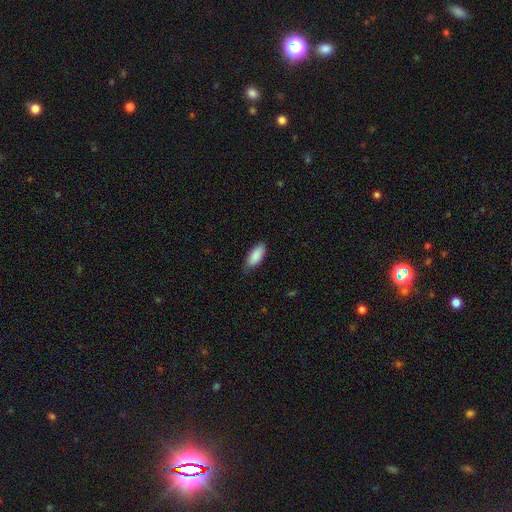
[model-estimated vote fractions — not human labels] A smooth galaxy with no disk features (89%) that is in between round and cigar-shaped (82%). Merging: none (78%).